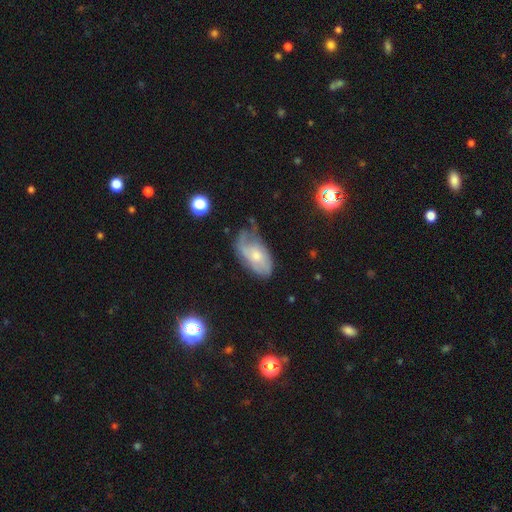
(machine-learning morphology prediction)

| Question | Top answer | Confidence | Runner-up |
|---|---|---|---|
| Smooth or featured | featured or disk | 55% | smooth (37%) |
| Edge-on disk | no | 92% | yes (8%) |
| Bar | no | 75% | weak (22%) |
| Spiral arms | yes | 71% | no (29%) |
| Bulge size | moderate | 48% | small (42%) |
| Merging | none | 36% | minor disturbance (35%) |